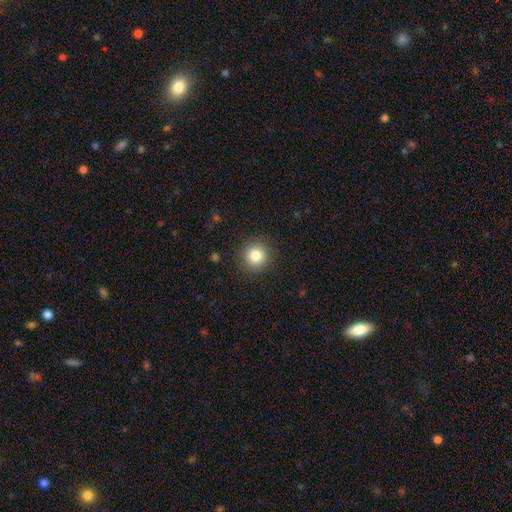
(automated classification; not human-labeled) The model was most divided on "smooth or featured": smooth: 84%, star or artifact: 10%, featured or disk: 6%. More confident: how rounded — round (93%); merging — none (90%).